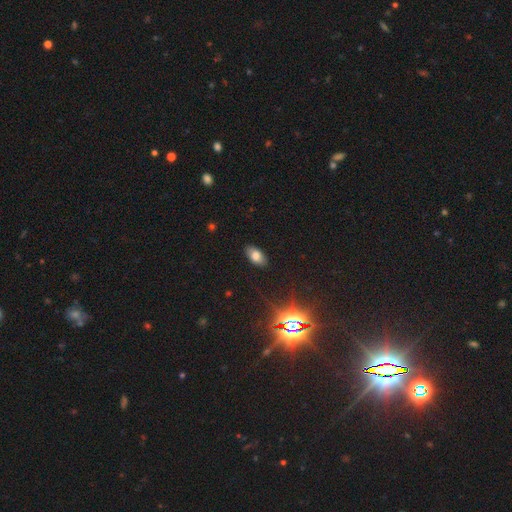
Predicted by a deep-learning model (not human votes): Q: Smooth or featured?
A: smooth (74%); runner-up: star or artifact (14%)
Q: How rounded?
A: in between (93%); runner-up: round (4%)
Q: Merging?
A: none (88%); runner-up: minor disturbance (9%)